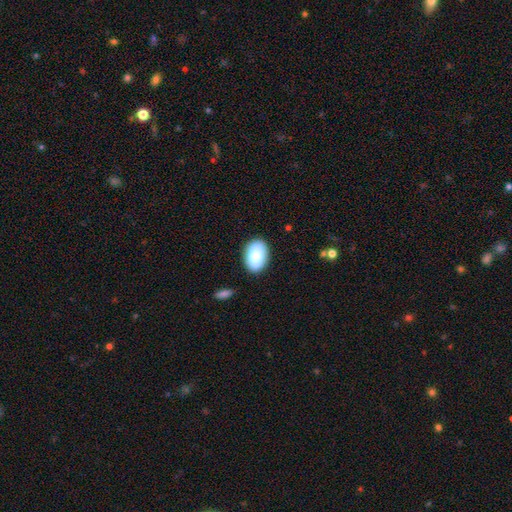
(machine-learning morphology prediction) A smooth galaxy with no disk features (78%) that is in between round and cigar-shaped (88%).

Vote fractions:
- Smooth or featured? smooth: 78% / featured or disk: 15% / star or artifact: 7%
- How rounded? in between: 88% / round: 11% / cigar-shaped: 1%
- Merging? none: 84% / minor disturbance: 11% / major disturbance: 3% / merger: 2%